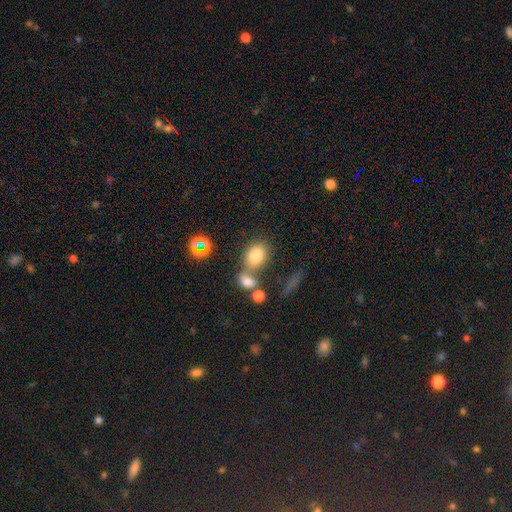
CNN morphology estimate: This appears to be a smooth galaxy with no disk features (77%) that is in between round and cigar-shaped (62%). Merging: none (50%).